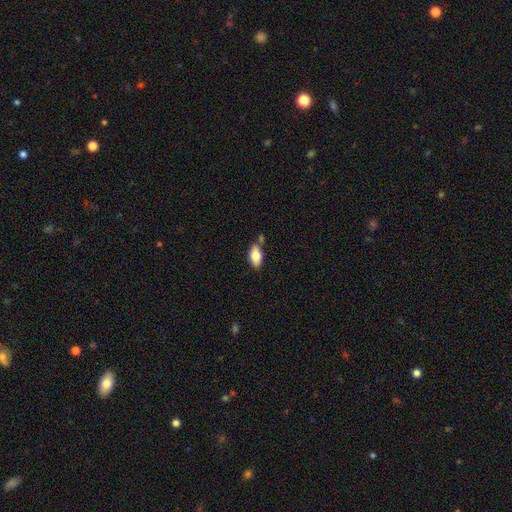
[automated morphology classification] Smooth or featured? Predicted: smooth (p=0.74). How rounded? Predicted: in between (p=0.88). Merging? Predicted: none (p=0.70).